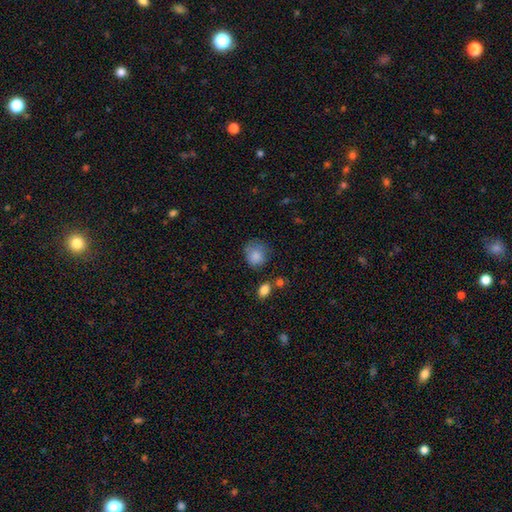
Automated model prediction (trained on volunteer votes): Smooth or featured? smooth (84%)
How rounded? round (79%)
Merging? none (61%)